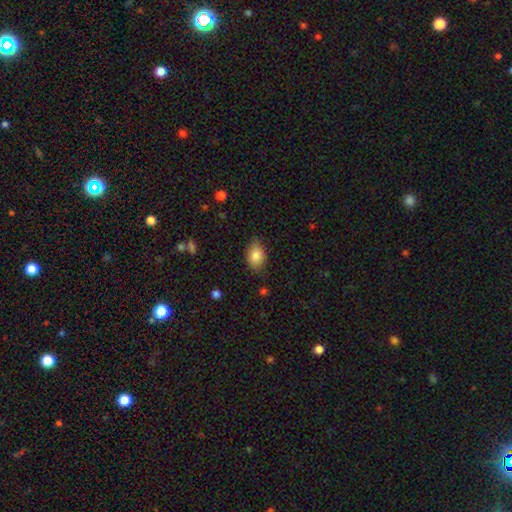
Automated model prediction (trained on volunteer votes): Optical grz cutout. It shows a smooth galaxy with no disk features (84%) that is in between round and cigar-shaped (80%). Merging: none (75%).